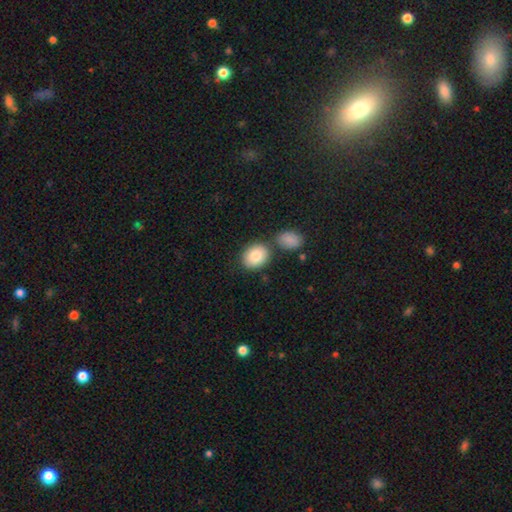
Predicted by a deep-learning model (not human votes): This is clearly a smooth galaxy (85%). How rounded: possibly in between (50%). Merging: likely none (66%).